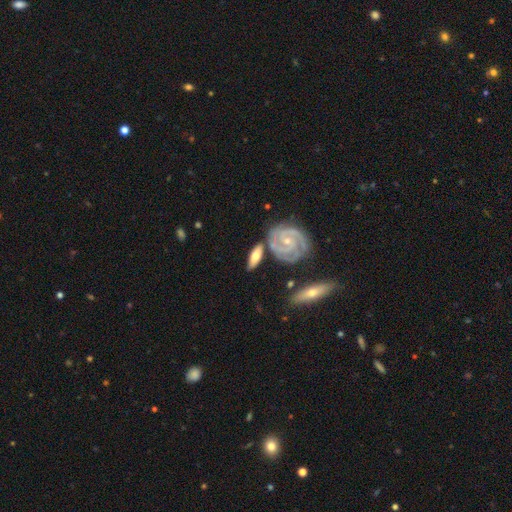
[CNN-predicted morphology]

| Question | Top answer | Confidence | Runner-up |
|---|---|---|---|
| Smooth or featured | featured or disk | 60% | smooth (34%) |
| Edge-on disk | no | 75% | yes (25%) |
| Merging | none | 68% | minor disturbance (16%) |